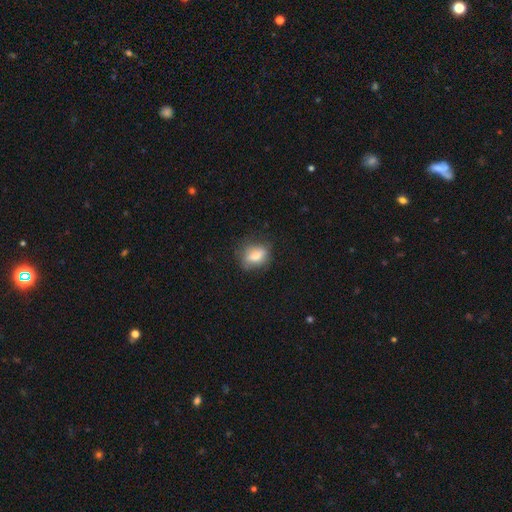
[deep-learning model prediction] smooth_or_featured: smooth (p=0.72) [alt: featured or disk p=0.19]
how_rounded: in between (p=0.68) [alt: round p=0.26]
merging: none (p=0.72) [alt: minor disturbance p=0.20]